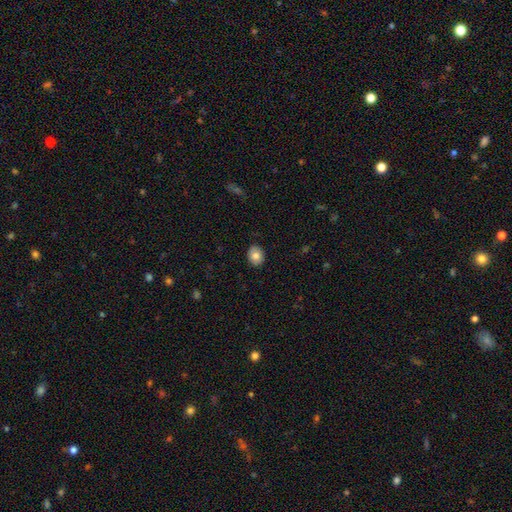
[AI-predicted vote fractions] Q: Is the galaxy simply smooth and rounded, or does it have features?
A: smooth — 78%.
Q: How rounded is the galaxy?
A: round — 51%.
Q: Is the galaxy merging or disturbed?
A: none — 88%.